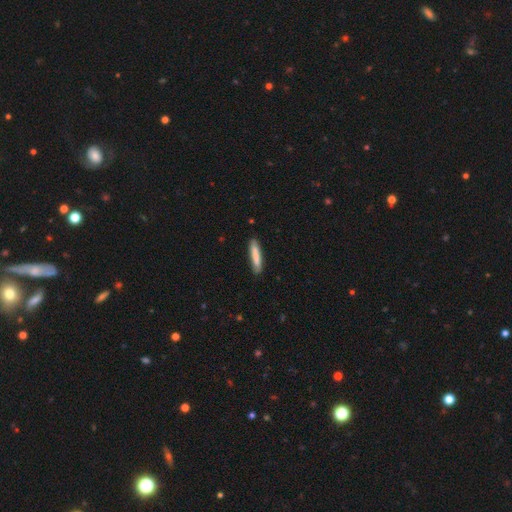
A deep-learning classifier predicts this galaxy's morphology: type=smooth (83%); roundness=cigar-shaped (90%); merging=none (87%).